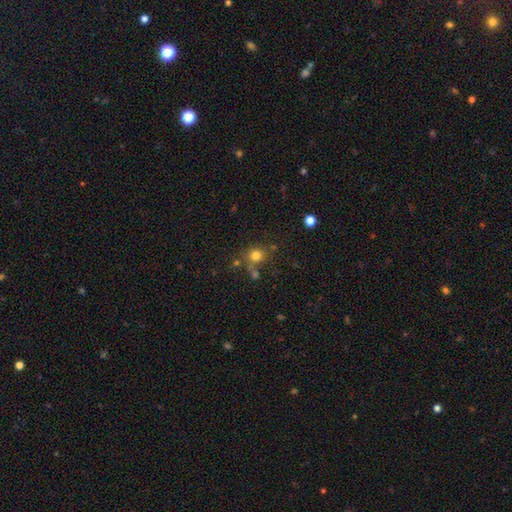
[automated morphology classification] Smooth or featured? Predicted: smooth (p=0.76). How rounded? Predicted: round (p=0.80). Merging? Predicted: none (p=0.64).